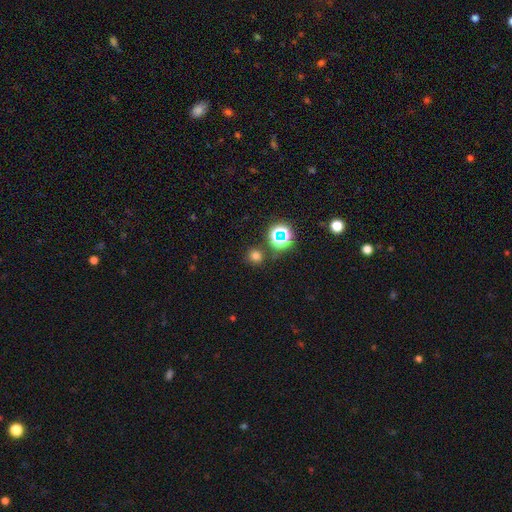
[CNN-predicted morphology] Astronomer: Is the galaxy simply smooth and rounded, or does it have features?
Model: smooth — 68%.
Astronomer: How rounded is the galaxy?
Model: round — 90%.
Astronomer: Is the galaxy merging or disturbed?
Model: none — 83%.